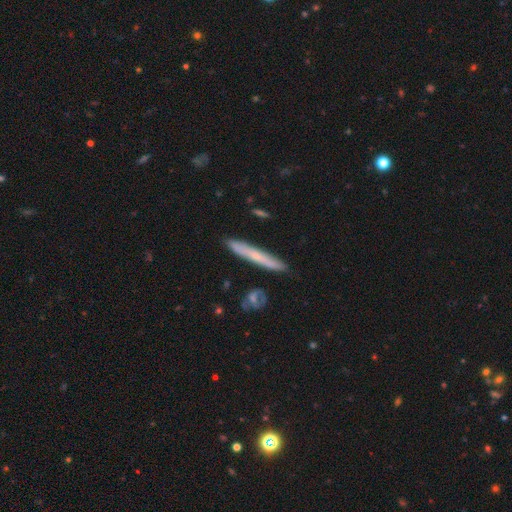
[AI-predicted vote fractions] Smooth or featured: smooth — 53% (featured or disk — 41%)
How rounded: cigar-shaped — 95% (in between — 3%)
Merging: none — 86% (minor disturbance — 10%)